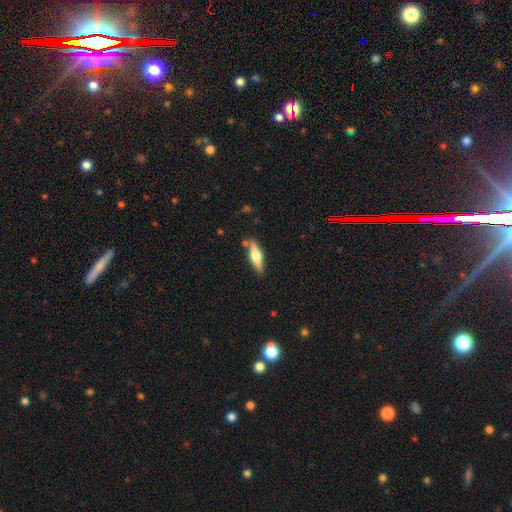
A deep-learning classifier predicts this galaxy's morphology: Q: Smooth or featured?
A: featured or disk (51%); runner-up: smooth (43%)
Q: Edge-on disk?
A: yes (93%); runner-up: no (7%)
Q: Merging?
A: none (82%); runner-up: minor disturbance (11%)